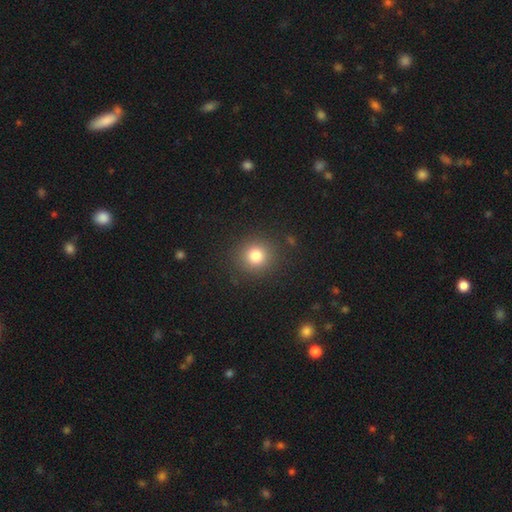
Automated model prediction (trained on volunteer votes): Q: Smooth or featured?
A: smooth (80%); runner-up: star or artifact (13%)
Q: How rounded?
A: round (91%); runner-up: in between (8%)
Q: Merging?
A: none (89%); runner-up: minor disturbance (7%)